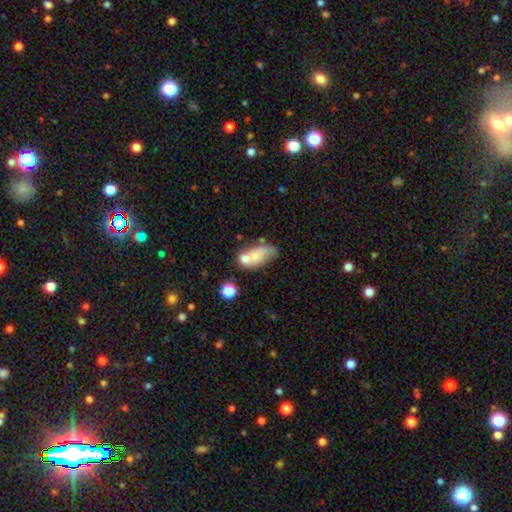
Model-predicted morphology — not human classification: A smooth galaxy with no disk features (62%) that is in between round and cigar-shaped (85%). Merging: merger (35%).